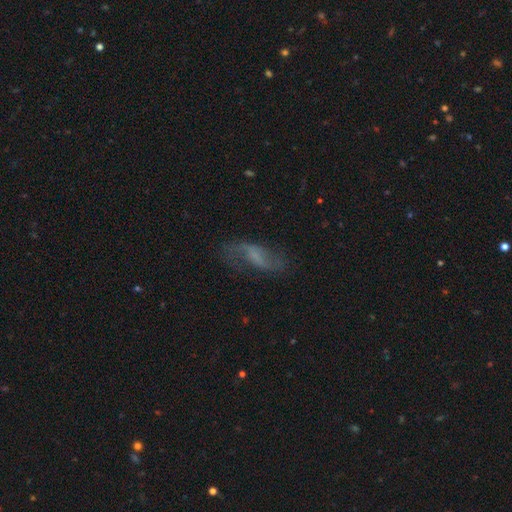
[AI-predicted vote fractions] featured or disk 66%, smooth 23%, star or artifact 11%. Down the decision tree: edge-on disk — no (92%); bar — weak (46%); spiral arms — yes (86%); spiral arm count — 2 (84%); spiral winding — loose (71%); bulge size — none (51%); merging — none (67%).